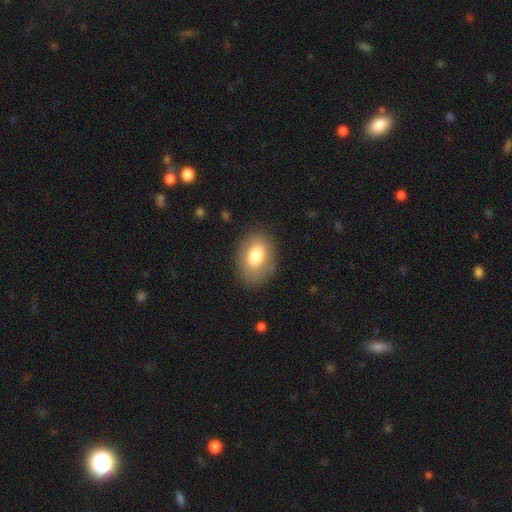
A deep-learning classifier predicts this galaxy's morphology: Overall: smooth (75%). How rounded: in between (77%). Merging: none (82%).